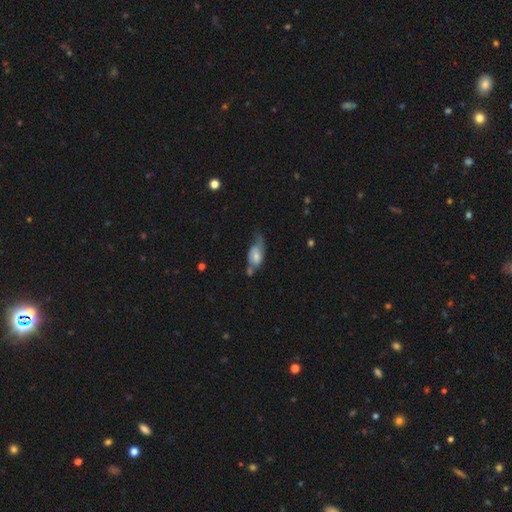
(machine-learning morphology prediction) Smooth or featured? featured or disk (47%)
Merging? none (32%)